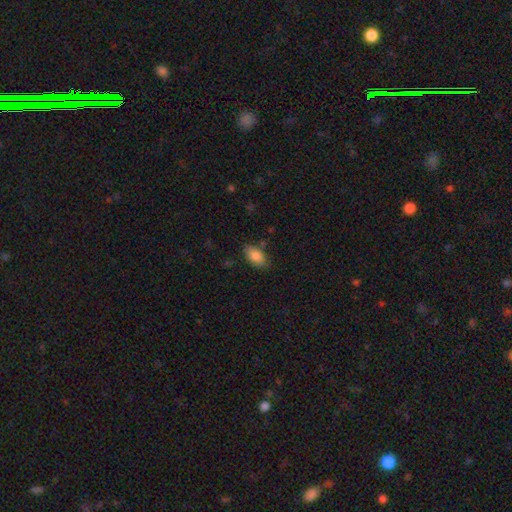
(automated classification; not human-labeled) This is clearly a smooth galaxy (84%). How rounded: clearly in between (92%). Merging: likely none (79%).